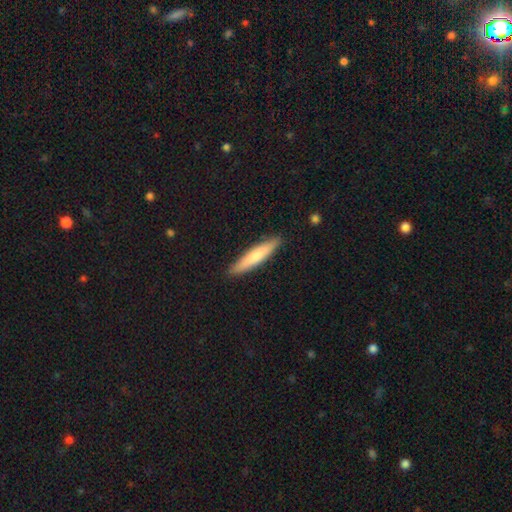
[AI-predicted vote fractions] A smooth galaxy with no disk features (71%) that is cigar-shaped (89%).

Vote fractions:
- Smooth or featured? smooth: 71% / featured or disk: 24% / star or artifact: 5%
- How rounded? cigar-shaped: 89% / in between: 10% / round: 1%
- Merging? none: 90% / minor disturbance: 7% / major disturbance: 1% / merger: 1%